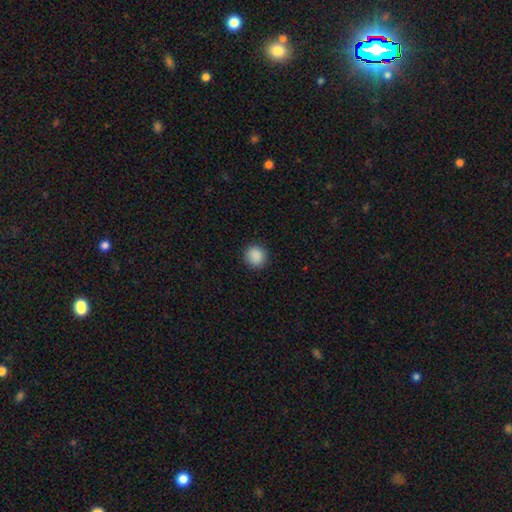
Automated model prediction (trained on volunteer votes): The model was most divided on "smooth or featured": smooth: 89%, star or artifact: 8%, featured or disk: 2%. More confident: how rounded — round (92%); merging — none (91%).